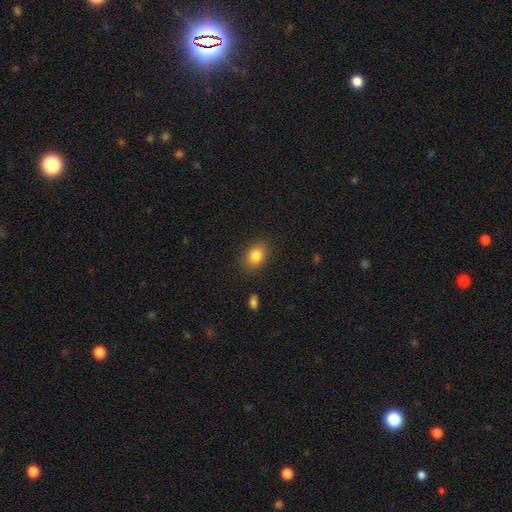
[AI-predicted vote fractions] smooth 84%, star or artifact 9%, featured or disk 7%. Down the decision tree: how rounded — in between (69%); merging — none (85%).